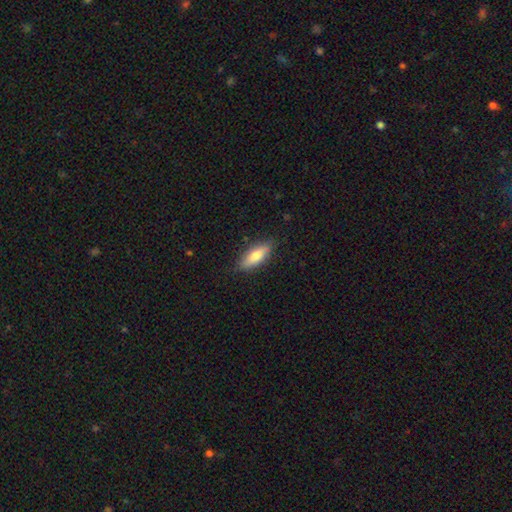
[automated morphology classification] Smooth or featured: smooth — 75% (featured or disk — 19%)
How rounded: in between — 61% (cigar-shaped — 37%)
Merging: none — 83% (minor disturbance — 13%)